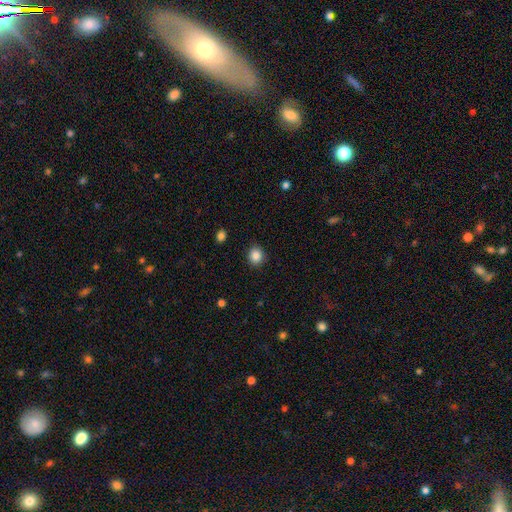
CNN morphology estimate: smooth_or_featured: smooth (p=0.86) [alt: star or artifact p=0.10]
how_rounded: round (p=0.79) [alt: in between p=0.20]
merging: none (p=0.90) [alt: minor disturbance p=0.07]